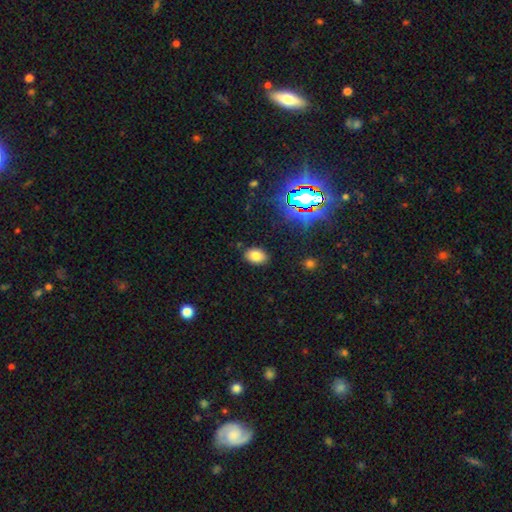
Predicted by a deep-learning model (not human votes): Overall: smooth (78%). How rounded: in between (86%). Merging: none (86%).